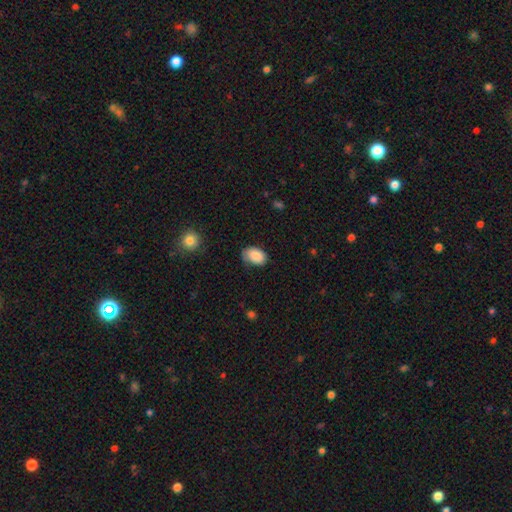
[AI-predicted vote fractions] This appears to be a smooth galaxy with no disk features (87%) that is in between round and cigar-shaped (86%). Merging: none (68%).